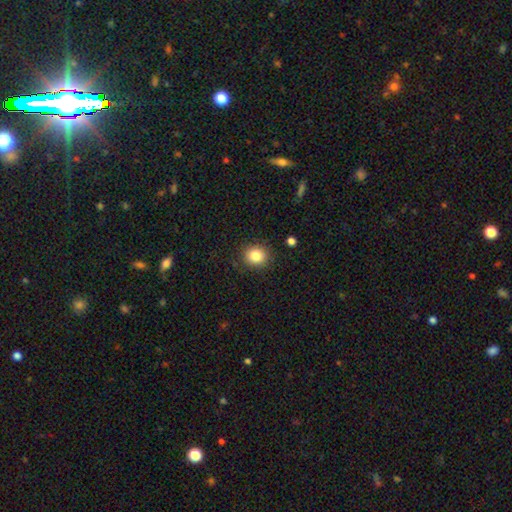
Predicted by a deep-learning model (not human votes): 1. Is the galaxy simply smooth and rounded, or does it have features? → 84% smooth, 11% star or artifact, 6% featured or disk.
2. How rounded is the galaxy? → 82% round, 18% in between, 1% cigar-shaped.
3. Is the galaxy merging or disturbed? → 88% none, 8% minor disturbance, 3% major disturbance, 1% merger.